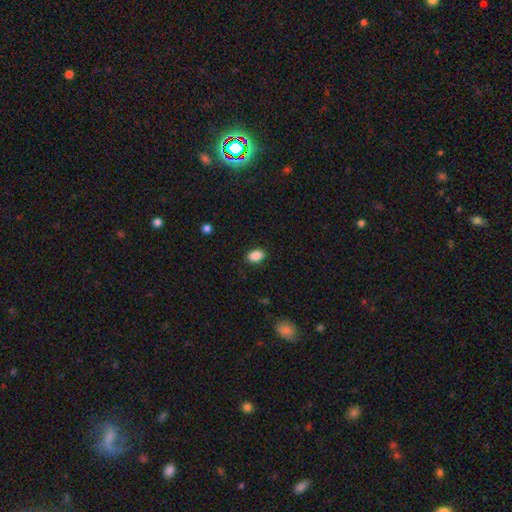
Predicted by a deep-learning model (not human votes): This is clearly a smooth galaxy (89%). How rounded: clearly in between (83%). Merging: clearly none (88%).